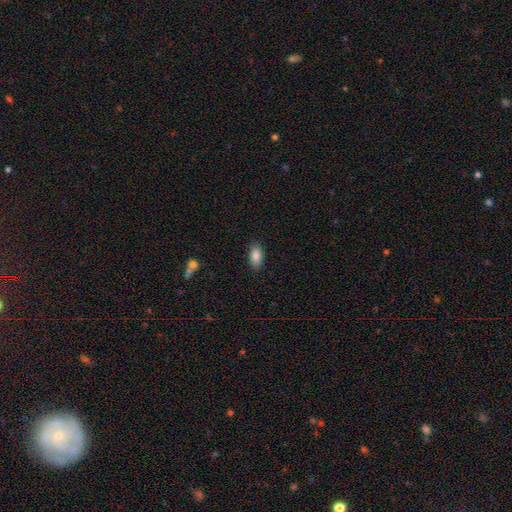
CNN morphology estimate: smooth_or_featured: smooth (p=0.86) [alt: star or artifact p=0.07]
how_rounded: in between (p=0.91) [alt: cigar-shaped p=0.06]
merging: none (p=0.88) [alt: minor disturbance p=0.09]